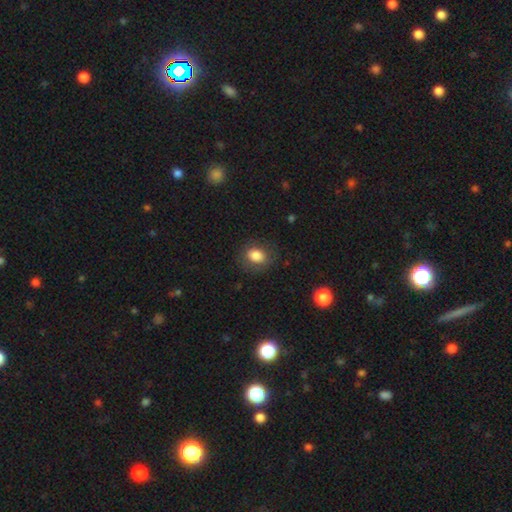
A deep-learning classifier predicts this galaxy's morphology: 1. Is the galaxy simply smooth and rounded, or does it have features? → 81% smooth, 10% featured or disk, 9% star or artifact.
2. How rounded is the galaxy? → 51% round, 48% in between, 1% cigar-shaped.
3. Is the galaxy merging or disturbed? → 78% none, 14% minor disturbance, 6% major disturbance, 1% merger.